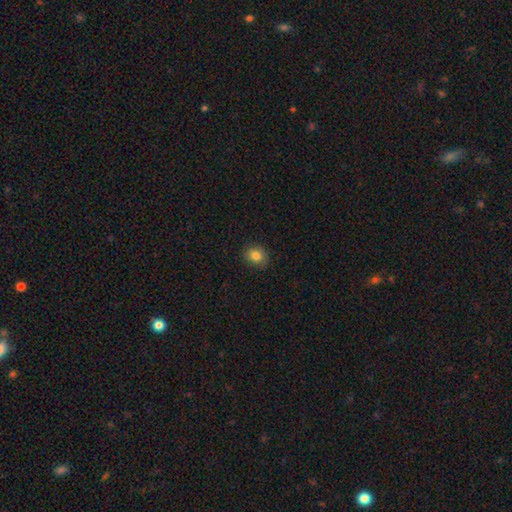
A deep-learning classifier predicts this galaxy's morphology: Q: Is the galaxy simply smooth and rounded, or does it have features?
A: smooth — 82%.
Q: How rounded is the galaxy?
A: round — 67%.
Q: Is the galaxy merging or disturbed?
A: none — 86%.